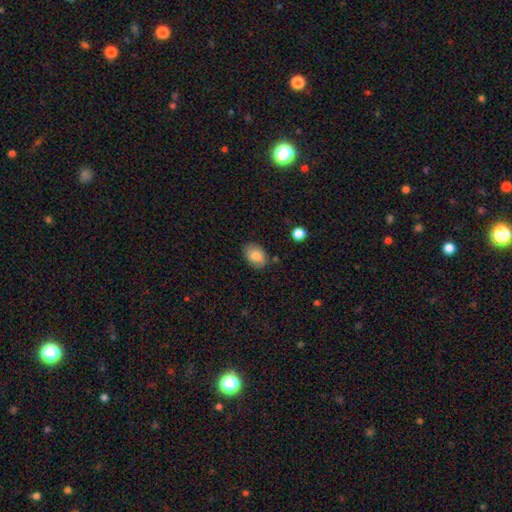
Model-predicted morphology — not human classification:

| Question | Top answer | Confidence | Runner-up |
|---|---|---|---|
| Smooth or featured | smooth | 80% | featured or disk (12%) |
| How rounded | in between | 78% | round (21%) |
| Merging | none | 77% | minor disturbance (17%) |